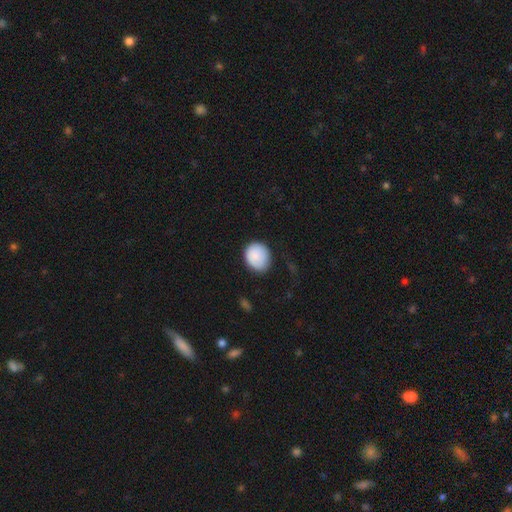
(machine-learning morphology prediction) Q: Smooth or featured?
A: smooth (89%); runner-up: star or artifact (7%)
Q: How rounded?
A: round (72%); runner-up: in between (27%)
Q: Merging?
A: none (77%); runner-up: minor disturbance (18%)